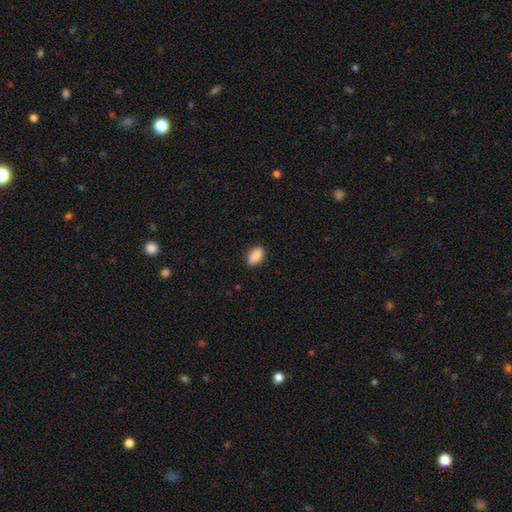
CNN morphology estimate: smooth 88%, star or artifact 7%, featured or disk 5%. Down the decision tree: how rounded — in between (89%); merging — none (88%).